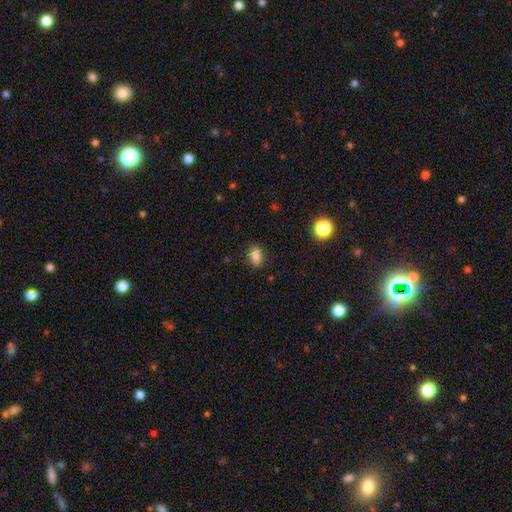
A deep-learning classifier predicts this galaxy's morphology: A smooth galaxy with no disk features (85%) that is in between round and cigar-shaped (80%).

Vote fractions:
- Smooth or featured? smooth: 85% / star or artifact: 10% / featured or disk: 5%
- How rounded? in between: 80% / round: 18% / cigar-shaped: 2%
- Merging? none: 86% / minor disturbance: 10% / major disturbance: 3% / merger: 1%